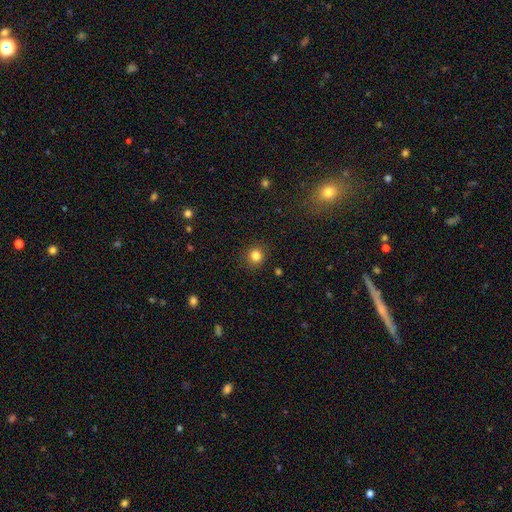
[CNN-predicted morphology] Smooth or featured: smooth — 83% (star or artifact — 12%)
How rounded: round — 90% (in between — 9%)
Merging: none — 90% (minor disturbance — 7%)